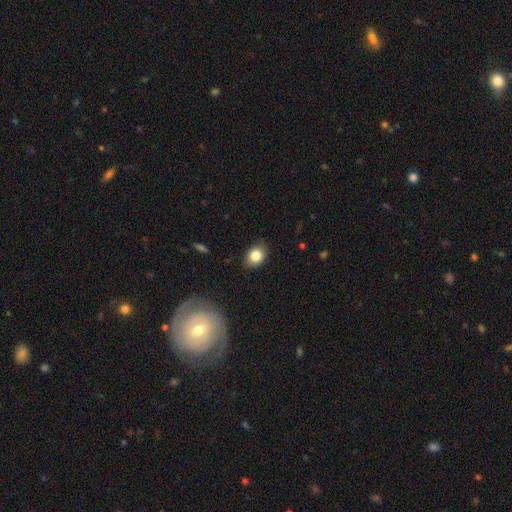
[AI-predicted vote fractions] Overall: smooth (83%). How rounded: in between (64%; round 34%). Merging: none (82%).